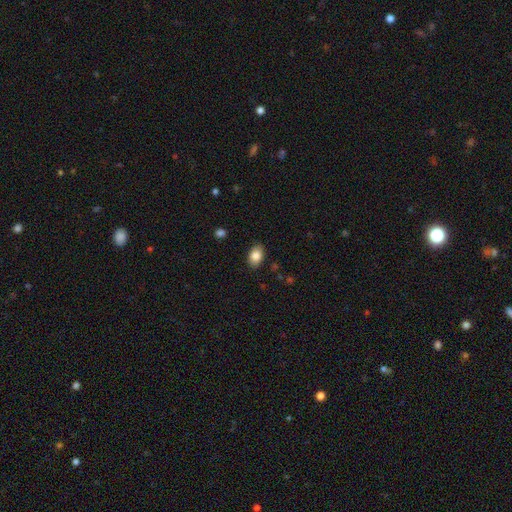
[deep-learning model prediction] Overall: smooth (85%). How rounded: in between (85%). Merging: none (87%).